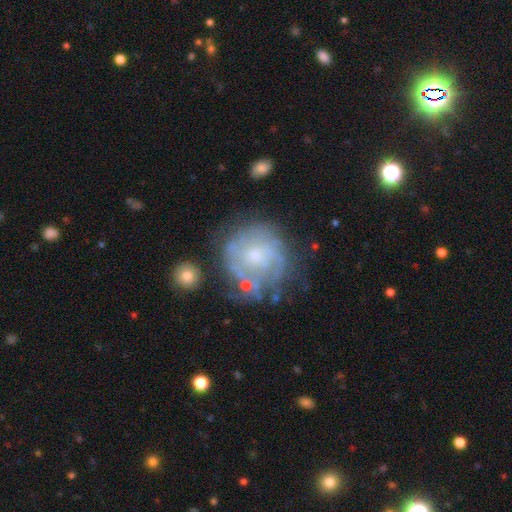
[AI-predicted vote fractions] Morphology: type=featured or disk (68%); edge-on=no (98%); bar=no (74%); spiral arms=yes (73%); bulge=small (55%); merging=none (62%).